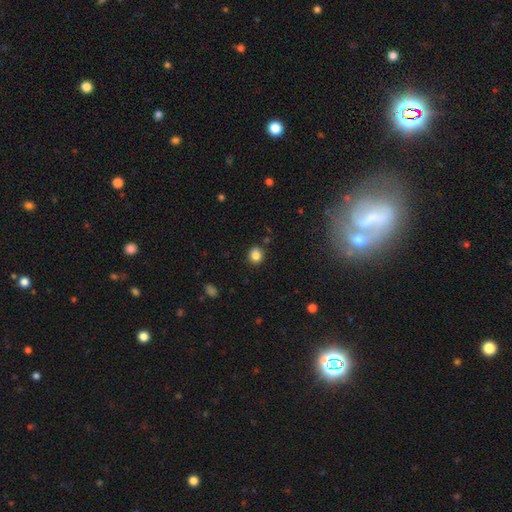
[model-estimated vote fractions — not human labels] smooth 84%, star or artifact 11%, featured or disk 5%. Down the decision tree: how rounded — round (75%); merging — none (88%).